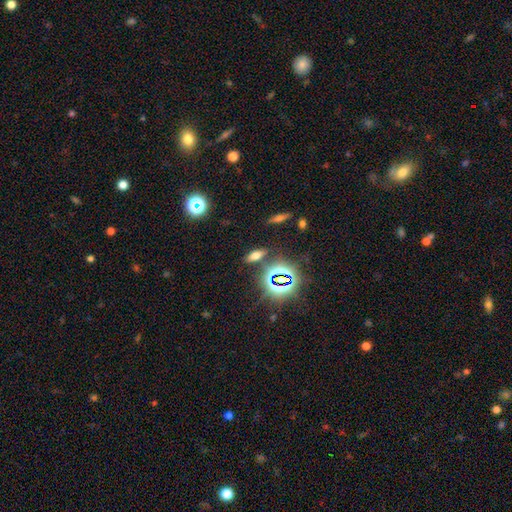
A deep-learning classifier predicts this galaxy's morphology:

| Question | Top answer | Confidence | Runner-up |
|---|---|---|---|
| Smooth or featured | smooth | 53% | star or artifact (31%) |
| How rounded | in between | 64% | cigar-shaped (26%) |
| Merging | none | 82% | minor disturbance (9%) |